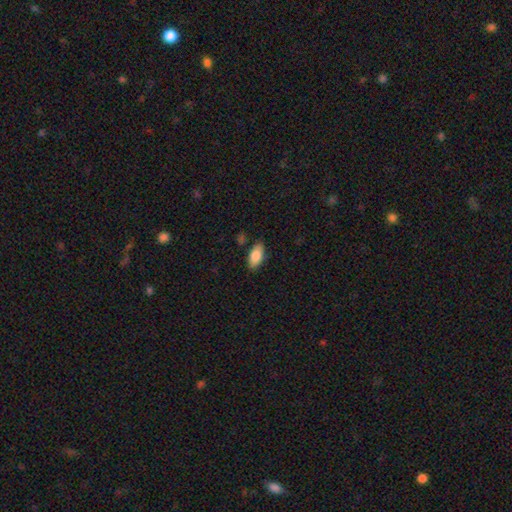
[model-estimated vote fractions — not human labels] Morphology: type=smooth (85%); roundness=in between (88%); merging=none (81%).